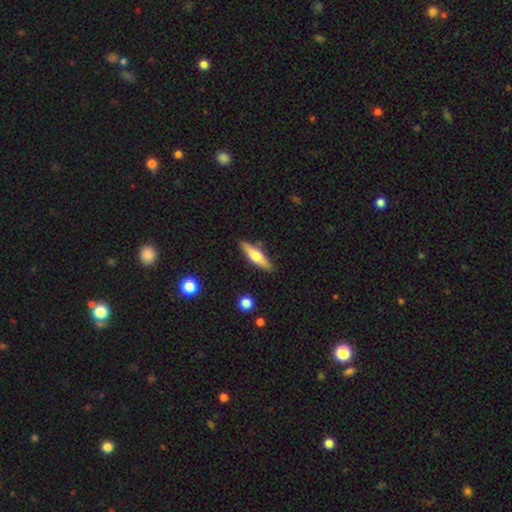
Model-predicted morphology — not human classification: smooth 49%, featured or disk 45%, star or artifact 6%. Down the decision tree: merging — none (88%).